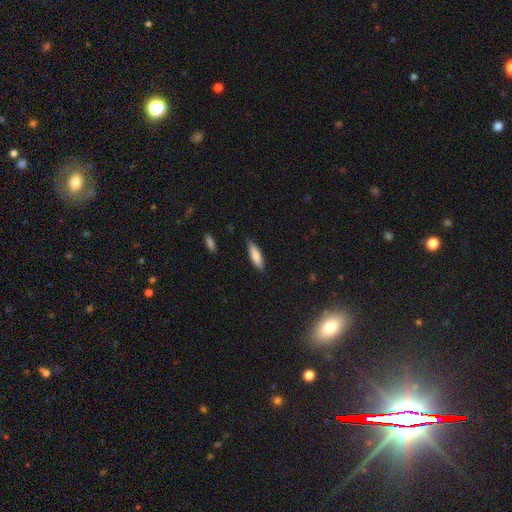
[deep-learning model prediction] smooth_or_featured: smooth (p=0.80) [alt: featured or disk p=0.14]
how_rounded: cigar-shaped (p=0.52) [alt: in between p=0.46]
merging: none (p=0.84) [alt: minor disturbance p=0.13]